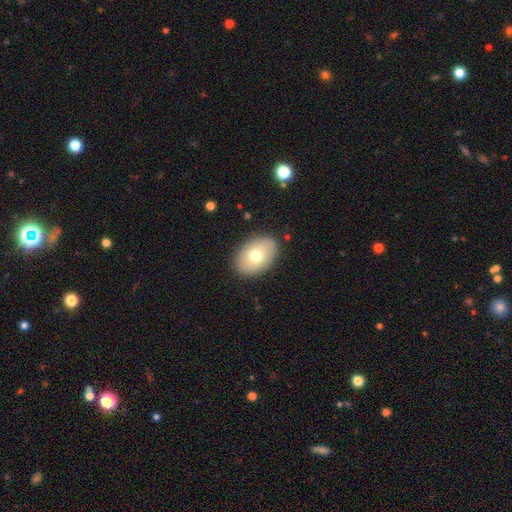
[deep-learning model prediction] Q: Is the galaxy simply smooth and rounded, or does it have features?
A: smooth — 73%.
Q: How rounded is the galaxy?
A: in between — 86%.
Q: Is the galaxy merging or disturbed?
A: none — 87%.